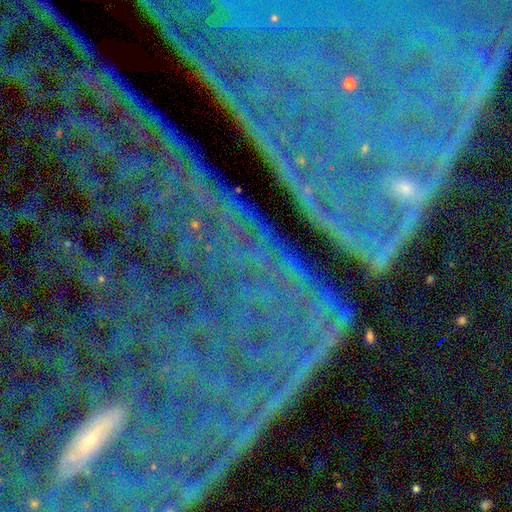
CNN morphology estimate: This is clearly a star or artifact rather than a galaxy (84%).